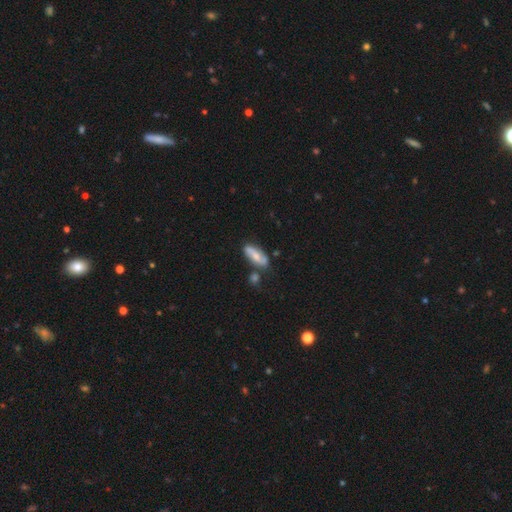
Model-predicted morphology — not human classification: type=featured or disk (53%); edge-on=no (85%); merging=none (66%).